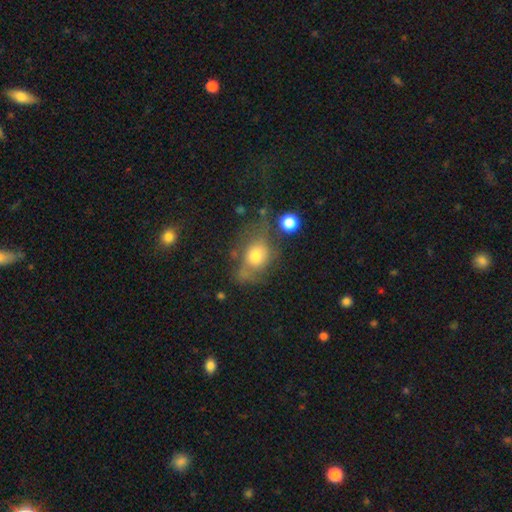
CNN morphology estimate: Smooth or featured? Predicted: smooth (p=0.61). How rounded? Predicted: in between (p=0.53). Merging? Predicted: none (p=0.40).